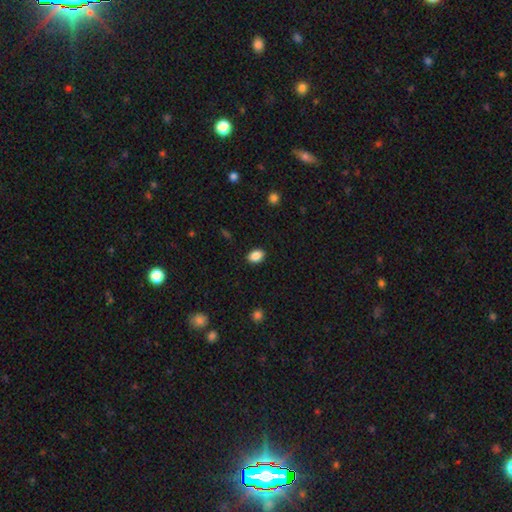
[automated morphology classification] Overall: smooth (88%). How rounded: in between (73%). Merging: none (89%).